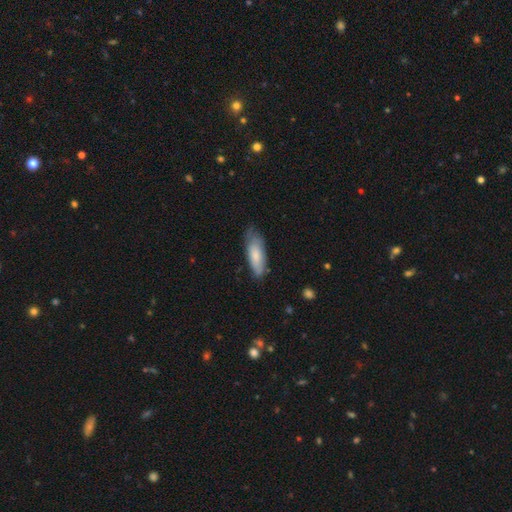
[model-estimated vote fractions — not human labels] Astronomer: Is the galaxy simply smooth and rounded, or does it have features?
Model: smooth — 74%.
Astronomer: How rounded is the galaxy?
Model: in between — 64%.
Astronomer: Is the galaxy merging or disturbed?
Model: none — 59%.